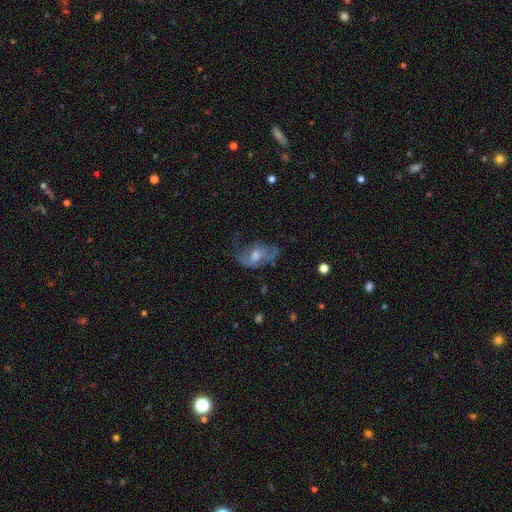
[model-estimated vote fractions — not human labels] Q: Smooth or featured?
A: featured or disk (63%); runner-up: smooth (27%)
Q: Edge-on disk?
A: no (94%); runner-up: yes (6%)
Q: Bar?
A: no (69%); runner-up: weak (26%)
Q: Spiral arms?
A: yes (67%); runner-up: no (33%)
Q: Bulge size?
A: moderate (56%); runner-up: large (19%)
Q: Merging?
A: none (40%); runner-up: major disturbance (35%)